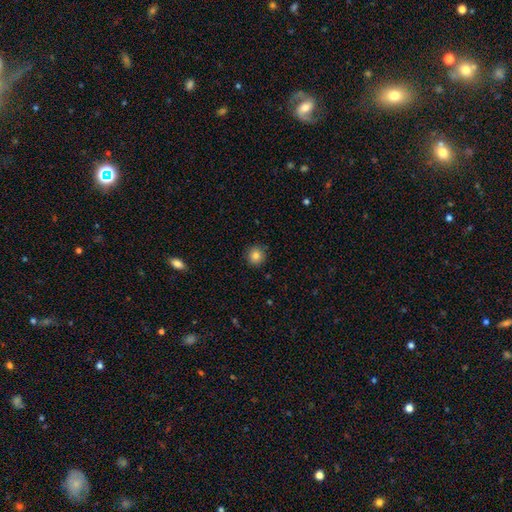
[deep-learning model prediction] smooth-or-featured: smooth: 83% | star or artifact: 11% | featured or disk: 7%
  how-rounded: round: 94% | in between: 6% | cigar-shaped: 1%
  merging: none: 91% | minor disturbance: 7% | major disturbance: 2% | merger: 1%